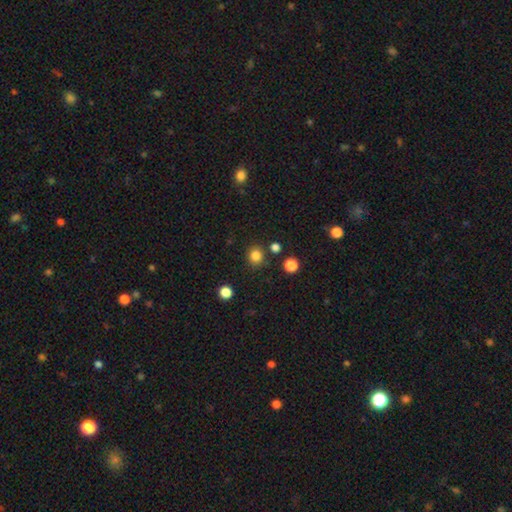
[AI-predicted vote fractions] smooth 82%, star or artifact 13%, featured or disk 4%. Down the decision tree: how rounded — round (87%); merging — none (85%).